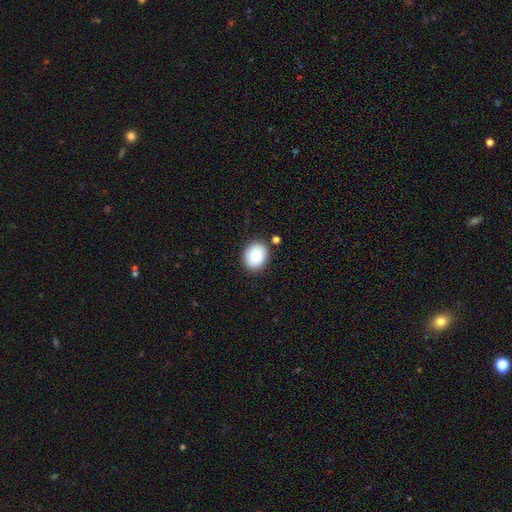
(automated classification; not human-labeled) smooth_or_featured: smooth (p=0.87) [alt: star or artifact p=0.08]
how_rounded: round (p=0.56) [alt: in between p=0.43]
merging: none (p=0.85) [alt: minor disturbance p=0.09]